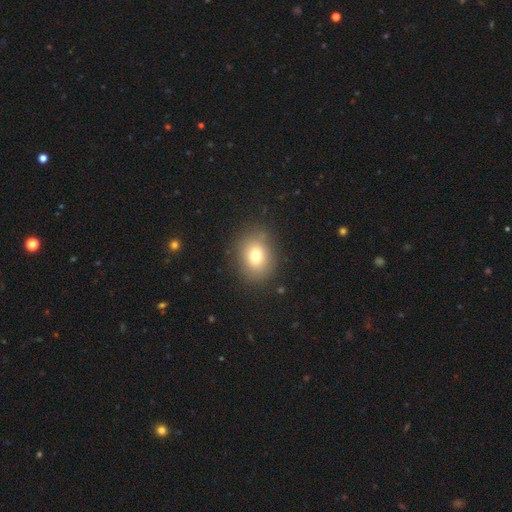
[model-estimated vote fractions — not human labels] Overall: smooth (76%). How rounded: round (53%; in between 46%). Merging: none (83%).